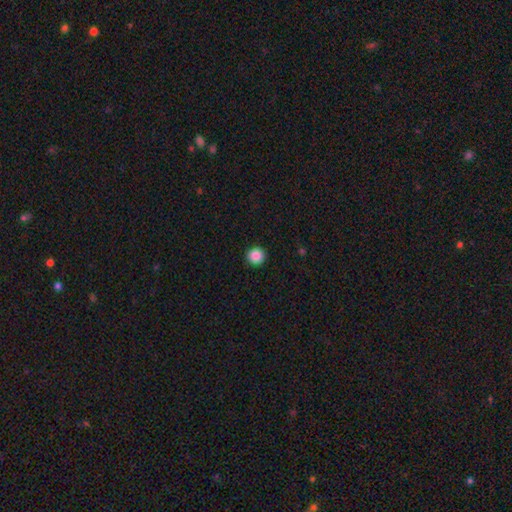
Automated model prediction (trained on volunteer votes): Q: Smooth or featured?
A: smooth (87%); runner-up: star or artifact (10%)
Q: How rounded?
A: round (96%); runner-up: in between (3%)
Q: Merging?
A: none (93%); runner-up: minor disturbance (4%)